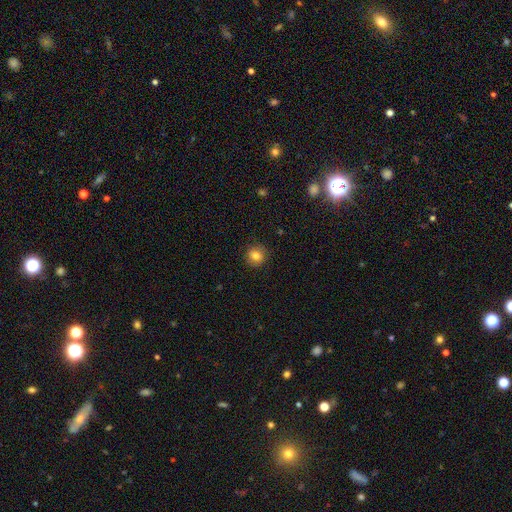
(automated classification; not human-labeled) smooth 81%, star or artifact 10%, featured or disk 8%. Down the decision tree: how rounded — round (87%); merging — none (88%).